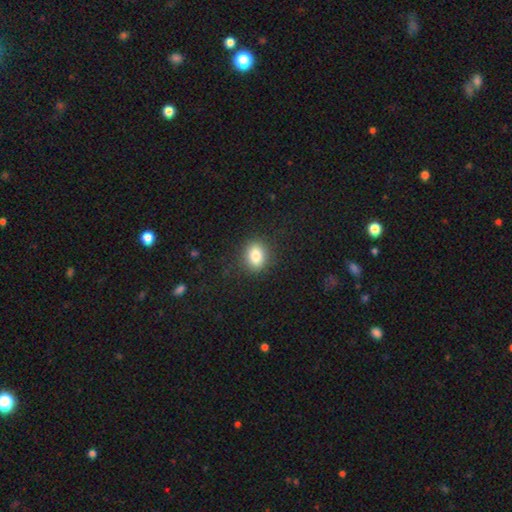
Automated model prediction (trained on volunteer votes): A smooth galaxy with no disk features (84%) that is in between round and cigar-shaped (53%). Merging: none (87%).